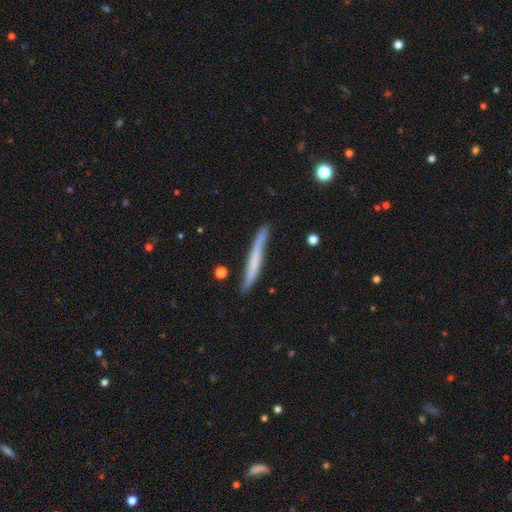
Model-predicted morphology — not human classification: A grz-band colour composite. It shows a smooth galaxy with no disk features (53%) that is cigar-shaped (96%). Merging: none (82%).